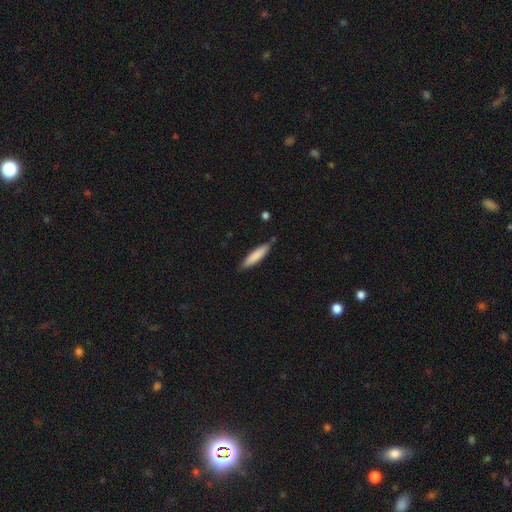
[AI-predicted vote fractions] Q: Smooth or featured?
A: smooth (82%); runner-up: featured or disk (13%)
Q: How rounded?
A: cigar-shaped (79%); runner-up: in between (19%)
Q: Merging?
A: none (81%); runner-up: minor disturbance (14%)